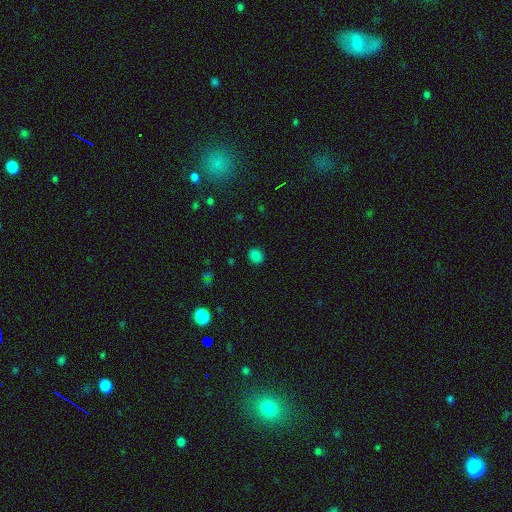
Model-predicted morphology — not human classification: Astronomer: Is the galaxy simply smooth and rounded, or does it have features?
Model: smooth — 82%.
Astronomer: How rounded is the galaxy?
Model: round — 77%.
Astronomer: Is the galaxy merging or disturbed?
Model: none — 90%.